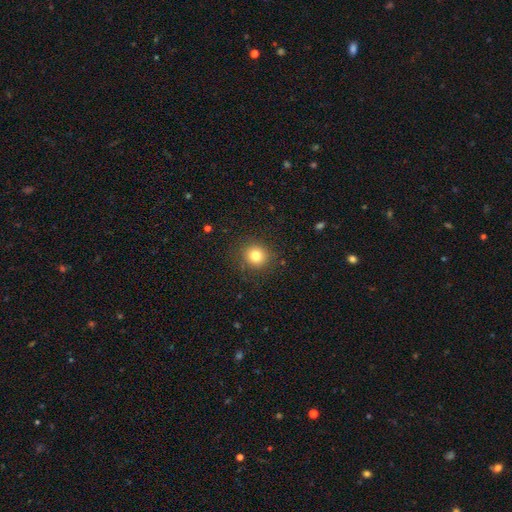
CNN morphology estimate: The model was most divided on "smooth or featured": smooth: 81%, star or artifact: 12%, featured or disk: 7%. More confident: how rounded — round (89%); merging — none (88%).